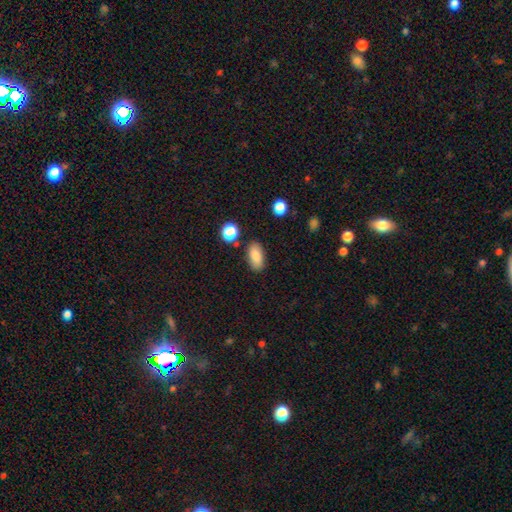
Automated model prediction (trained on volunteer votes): Smooth or featured: smooth — 84% (star or artifact — 9%)
How rounded: in between — 88% (cigar-shaped — 6%)
Merging: none — 83% (minor disturbance — 11%)